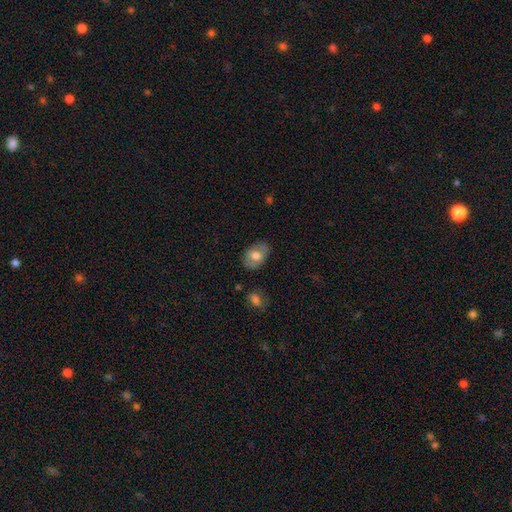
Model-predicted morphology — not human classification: Smooth or featured?
  - smooth: 66% *
  - featured or disk: 27%
  - star or artifact: 7%
How rounded?
  - in between: 84% *
  - round: 15%
  - cigar-shaped: 1%
Merging?
  - none: 78% *
  - minor disturbance: 16%
  - major disturbance: 4%
  - merger: 2%